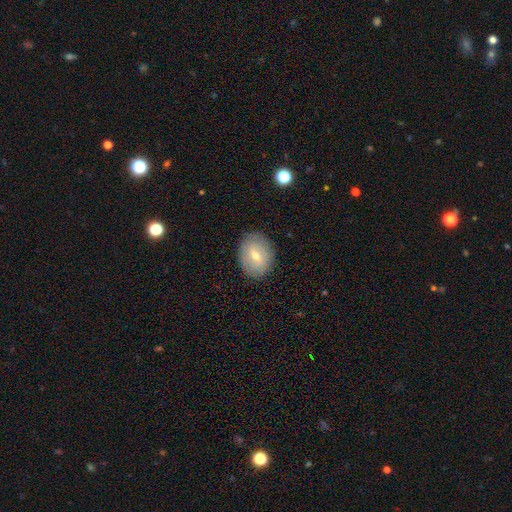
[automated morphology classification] Smooth or featured?
  - smooth: 58% *
  - featured or disk: 33%
  - star or artifact: 9%
How rounded?
  - in between: 65% *
  - round: 34%
  - cigar-shaped: 1%
Merging?
  - none: 86% *
  - minor disturbance: 10%
  - major disturbance: 3%
  - merger: 1%